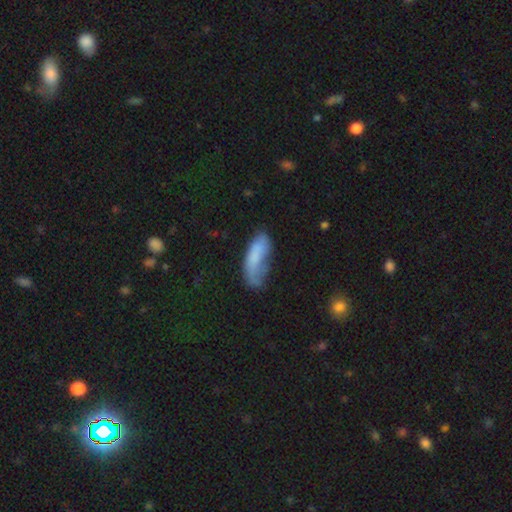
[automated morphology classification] This appears to be a smooth galaxy with no disk features (69%) that is in between round and cigar-shaped (64%). Merging: none (36%).